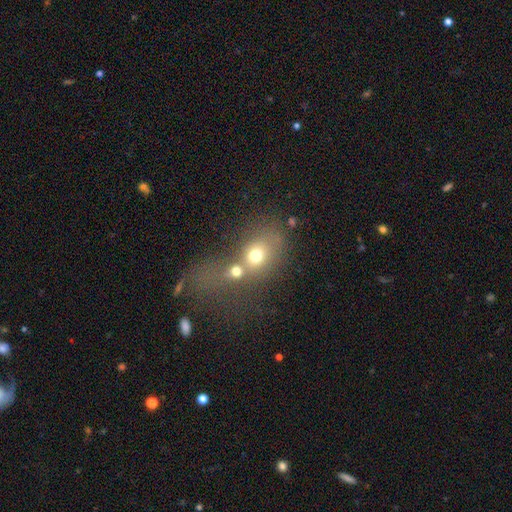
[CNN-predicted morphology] Smooth or featured? smooth (67%)
How rounded? round (54%)
Merging? merger (58%)